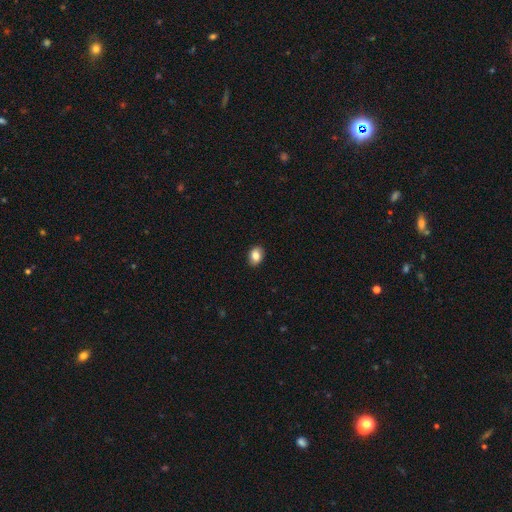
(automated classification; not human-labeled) Q: Smooth or featured?
A: smooth (81%); runner-up: featured or disk (10%)
Q: How rounded?
A: in between (71%); runner-up: round (28%)
Q: Merging?
A: none (88%); runner-up: minor disturbance (9%)